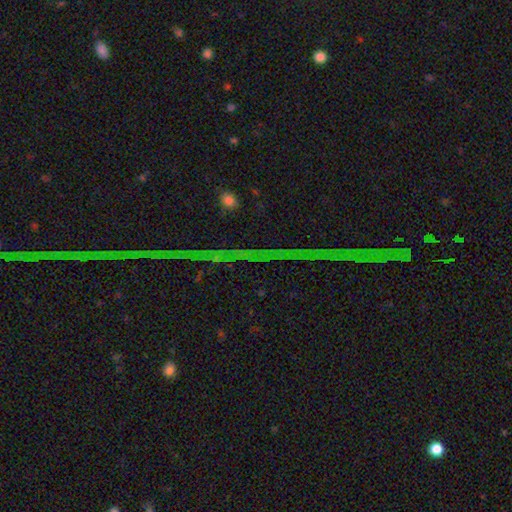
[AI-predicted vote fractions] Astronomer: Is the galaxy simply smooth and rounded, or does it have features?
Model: star or artifact — 74%.